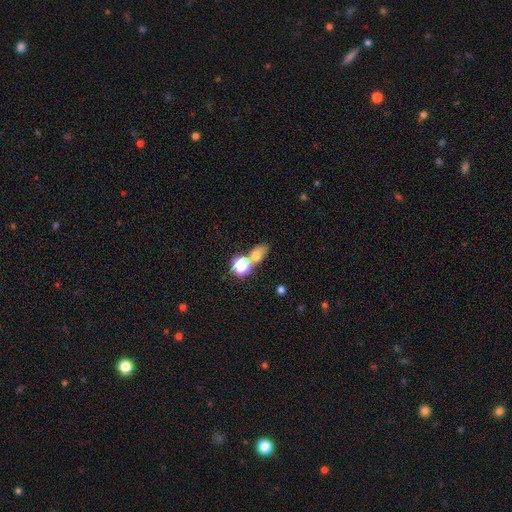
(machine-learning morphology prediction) Smooth or featured: smooth — 64% (star or artifact — 24%)
How rounded: in between — 59% (round — 36%)
Merging: none — 46% (merger — 35%)